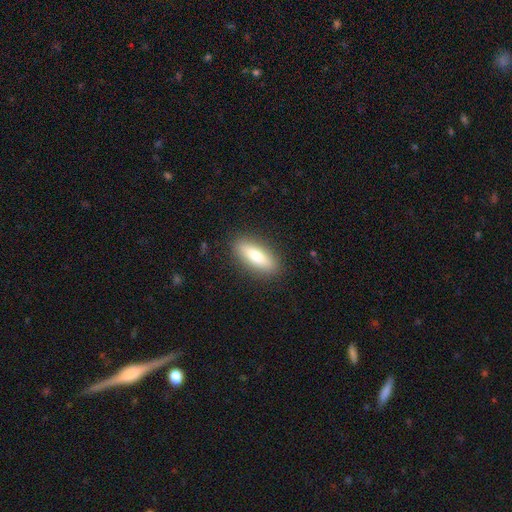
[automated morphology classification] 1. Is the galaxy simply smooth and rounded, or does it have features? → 74% smooth, 20% featured or disk, 6% star or artifact.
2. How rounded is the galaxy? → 53% in between, 45% cigar-shaped, 2% round.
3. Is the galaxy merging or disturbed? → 88% none, 9% minor disturbance, 2% major disturbance, 1% merger.